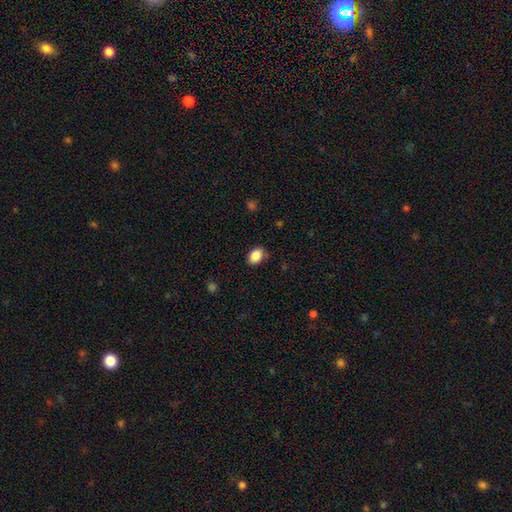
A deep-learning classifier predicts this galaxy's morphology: Q: Smooth or featured?
A: smooth (87%); runner-up: star or artifact (8%)
Q: How rounded?
A: in between (77%); runner-up: round (22%)
Q: Merging?
A: none (82%); runner-up: minor disturbance (14%)